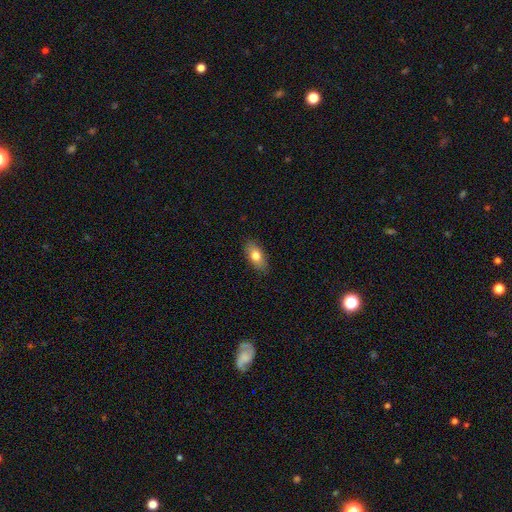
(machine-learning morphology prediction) Q: Smooth or featured?
A: smooth (76%); runner-up: featured or disk (17%)
Q: How rounded?
A: in between (86%); runner-up: cigar-shaped (9%)
Q: Merging?
A: none (87%); runner-up: minor disturbance (10%)